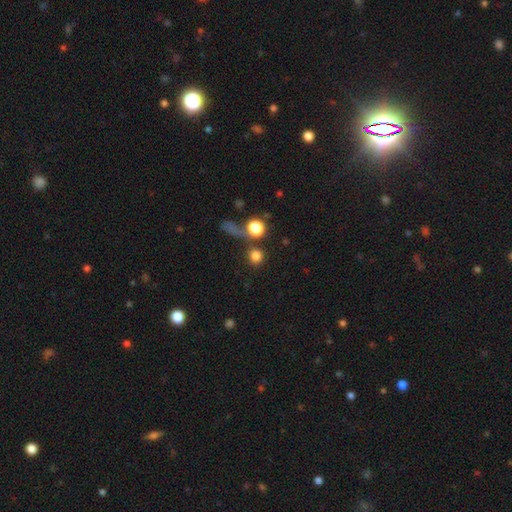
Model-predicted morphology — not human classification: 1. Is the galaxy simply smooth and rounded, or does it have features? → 81% smooth, 13% star or artifact, 7% featured or disk.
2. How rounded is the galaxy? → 92% round, 7% in between, 2% cigar-shaped.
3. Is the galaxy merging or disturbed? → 73% none, 13% merger, 7% minor disturbance, 6% major disturbance.